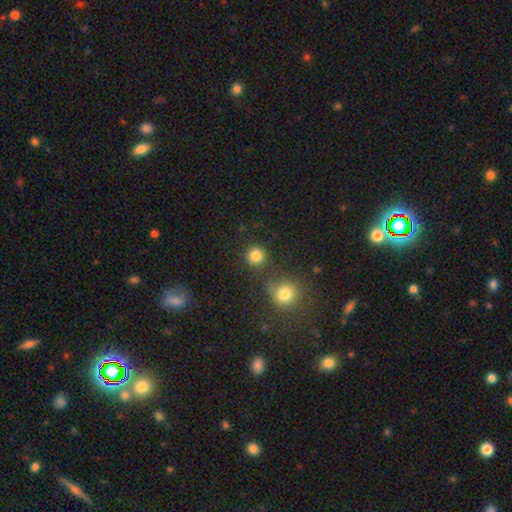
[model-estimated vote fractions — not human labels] Morphology: type=smooth (83%); roundness=round (93%); merging=none (80%).